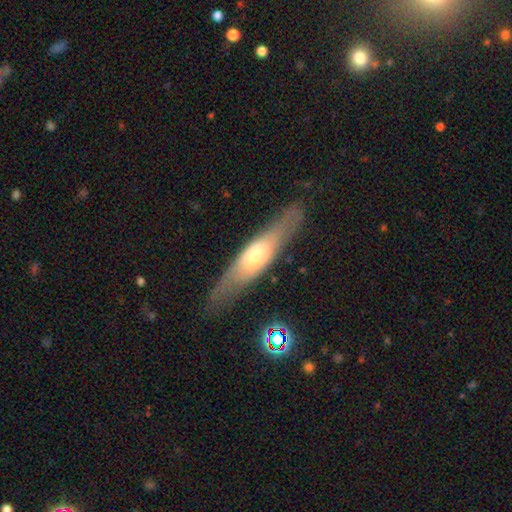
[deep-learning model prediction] smooth-or-featured: featured or disk: 53% | smooth: 41% | star or artifact: 7%
  disk-edge-on: yes: 72% | no: 28%
  merging: none: 76% | minor disturbance: 15% | major disturbance: 6% | merger: 2%